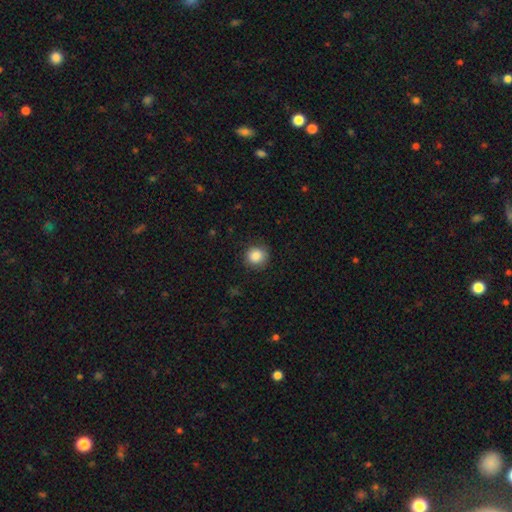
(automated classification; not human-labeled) smooth 87%, star or artifact 9%, featured or disk 4%. Down the decision tree: how rounded — round (90%); merging — none (86%).